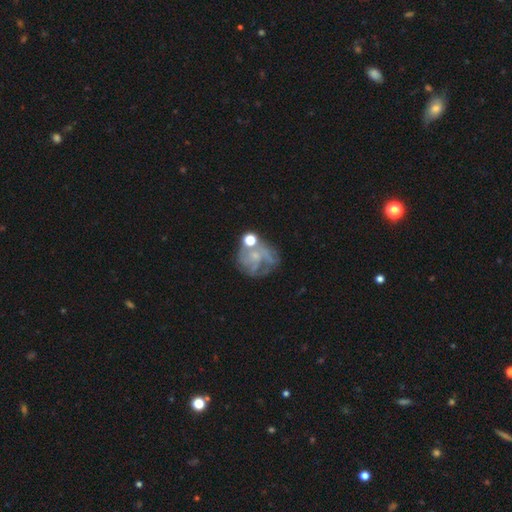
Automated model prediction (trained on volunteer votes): smooth-or-featured: featured or disk: 60% | smooth: 26% | star or artifact: 14%
  disk-edge-on: no: 98% | yes: 2%
    bar: no: 78% | weak: 18% | strong: 3%
    has-spiral-arms: yes: 62% | no: 38%
    bulge-size: small: 54% | none: 26% | moderate: 17% | large: 2% | dominant: 1%
  merging: none: 43% | major disturbance: 25% | minor disturbance: 19% | merger: 13%